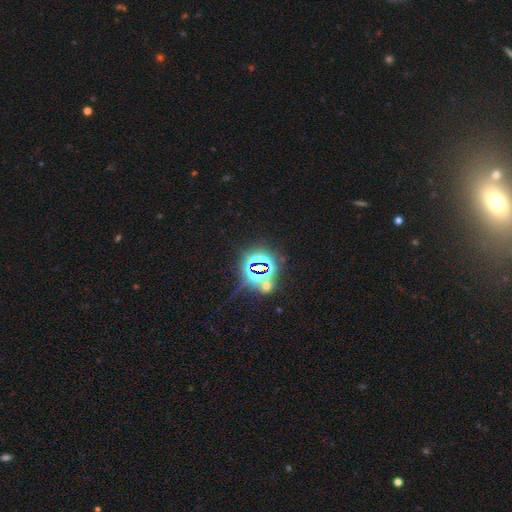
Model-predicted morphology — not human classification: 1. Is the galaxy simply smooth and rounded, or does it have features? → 80% star or artifact, 11% smooth, 9% featured or disk.